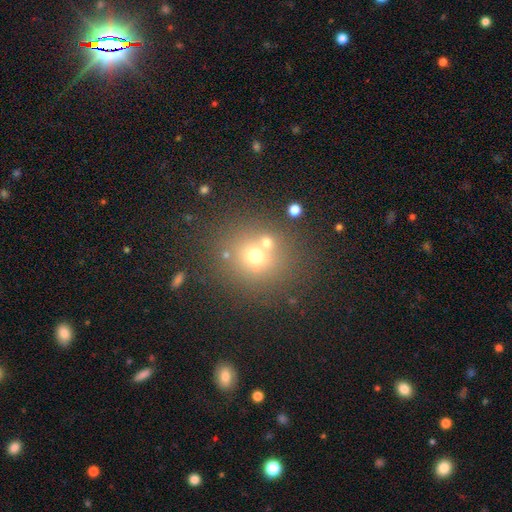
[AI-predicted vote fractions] smooth-or-featured: smooth: 63% | star or artifact: 21% | featured or disk: 16%
  how-rounded: round: 84% | in between: 15% | cigar-shaped: 1%
  merging: none: 63% | merger: 24% | minor disturbance: 9% | major disturbance: 4%